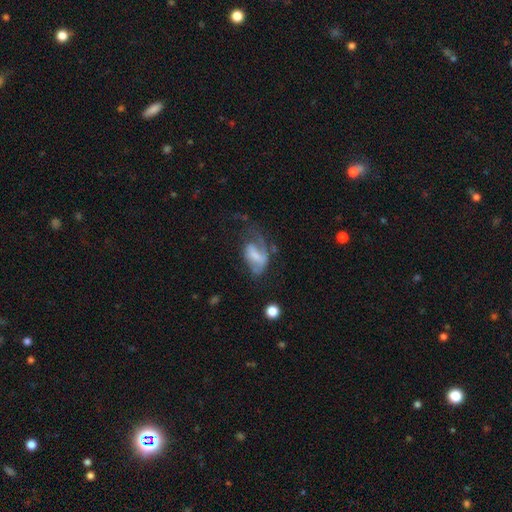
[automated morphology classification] smooth_or_featured: featured or disk (p=0.56) [alt: smooth p=0.36]
disk_edge_on: no (p=0.96) [alt: yes p=0.04]
bar: weak (p=0.41) [alt: no p=0.34]
has_spiral_arms: yes (p=0.69) [alt: no p=0.31]
bulge_size: small (p=0.31) [alt: moderate p=0.28]
merging: major disturbance (p=0.47) [alt: none p=0.26]